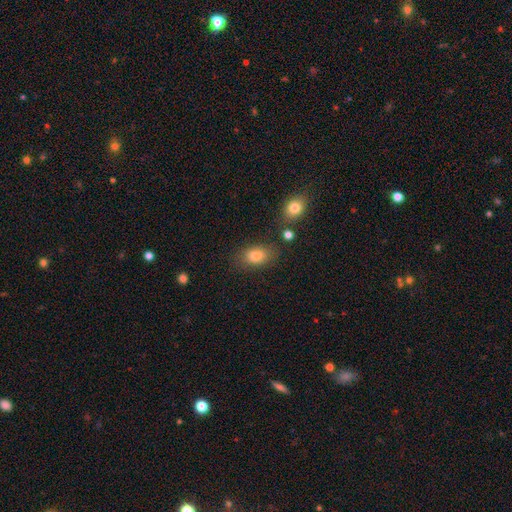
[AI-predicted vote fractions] Smooth or featured? Predicted: smooth (p=0.83). How rounded? Predicted: in between (p=0.83). Merging? Predicted: none (p=0.75).